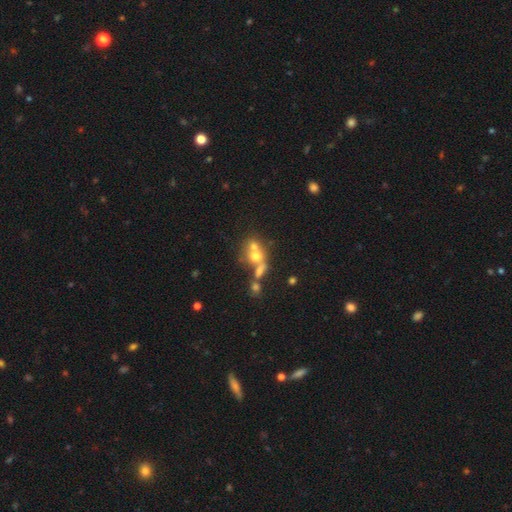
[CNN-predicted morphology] Overall: smooth (52%; featured or disk 30%). How rounded: round (66%; in between 32%). Merging: merger (58%; none 29%).